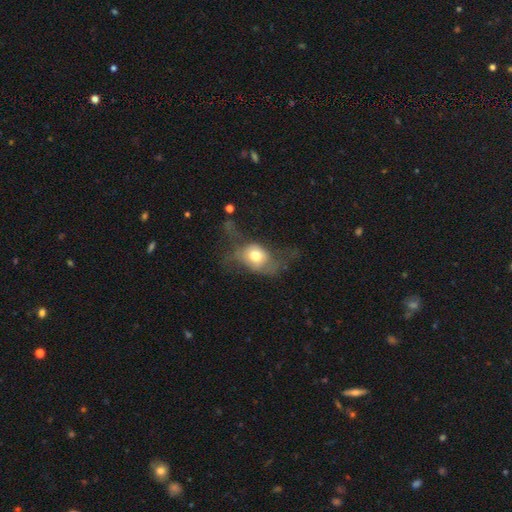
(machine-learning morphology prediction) smooth_or_featured: smooth (p=0.60) [alt: featured or disk p=0.31]
how_rounded: in between (p=0.52) [alt: round p=0.46]
merging: major disturbance (p=0.50) [alt: none p=0.25]